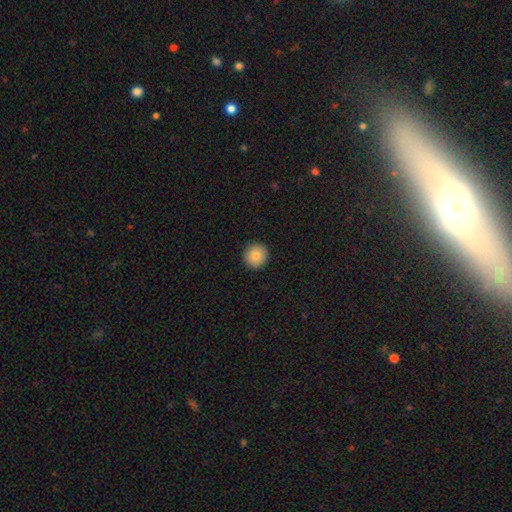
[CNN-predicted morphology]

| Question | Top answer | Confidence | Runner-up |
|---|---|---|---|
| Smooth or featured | smooth | 88% | star or artifact (8%) |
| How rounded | round | 93% | in between (6%) |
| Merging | none | 92% | minor disturbance (6%) |